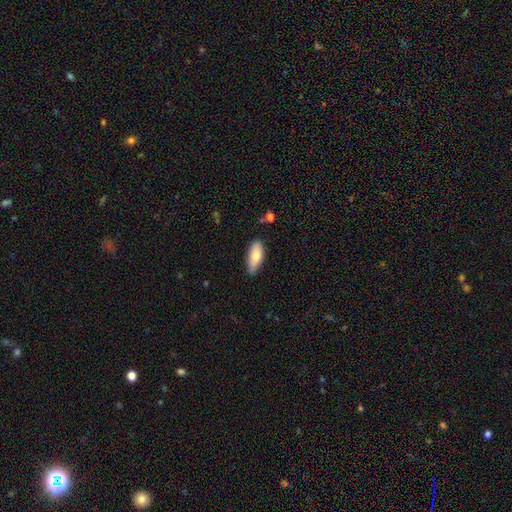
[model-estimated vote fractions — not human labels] smooth_or_featured: smooth (p=0.76) [alt: featured or disk p=0.18]
how_rounded: in between (p=0.80) [alt: cigar-shaped p=0.18]
merging: none (p=0.79) [alt: minor disturbance p=0.17]